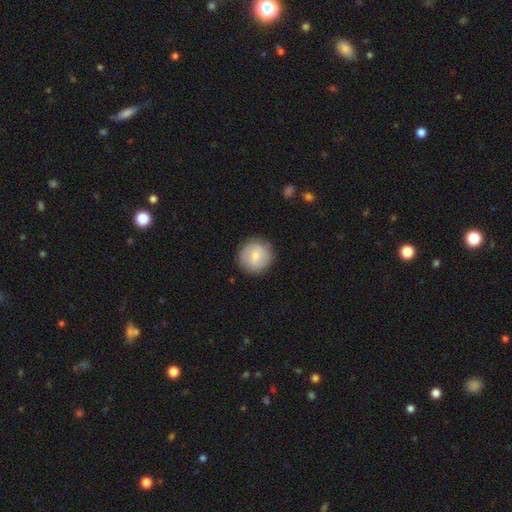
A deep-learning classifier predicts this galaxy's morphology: Q: Smooth or featured?
A: smooth (67%); runner-up: featured or disk (27%)
Q: How rounded?
A: round (93%); runner-up: in between (6%)
Q: Merging?
A: none (87%); runner-up: minor disturbance (9%)